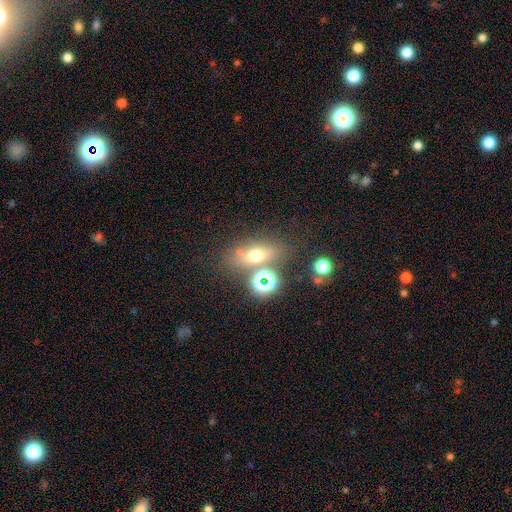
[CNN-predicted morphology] smooth_or_featured: smooth (p=0.58) [alt: star or artifact p=0.22]
how_rounded: in between (p=0.58) [alt: round p=0.29]
merging: none (p=0.64) [alt: merger p=0.18]